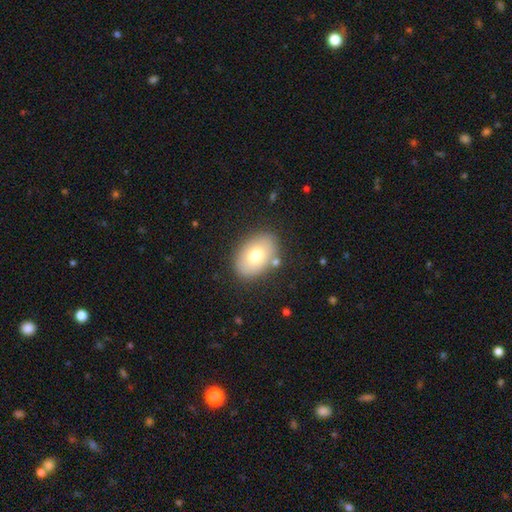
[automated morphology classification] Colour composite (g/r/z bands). It shows a smooth galaxy with no disk features (73%) that is in between round and cigar-shaped (85%). Merging: none (83%).